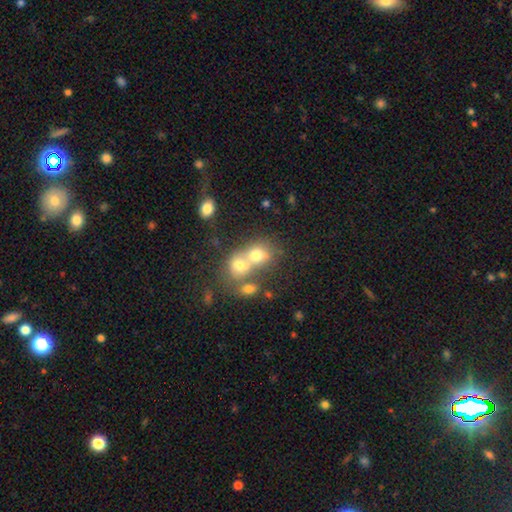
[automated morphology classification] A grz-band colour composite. It shows a smooth galaxy with no disk features (60%) that is round (63%). Merging: merger (67%).